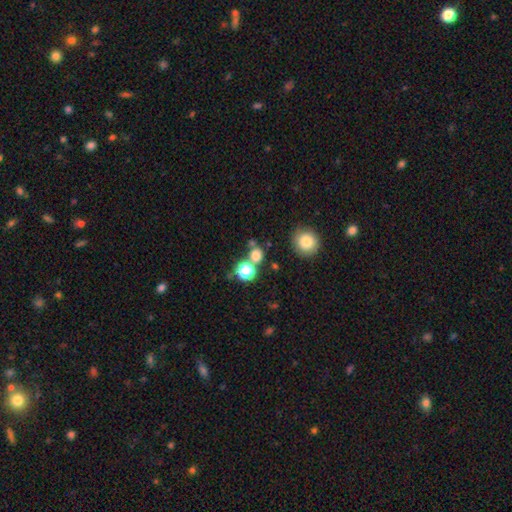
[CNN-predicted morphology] The model was most divided on "merging": none: 60%, merger: 28%, minor disturbance: 8%, major disturbance: 4%. More confident: how rounded — round (83%); smooth or featured — smooth (71%).